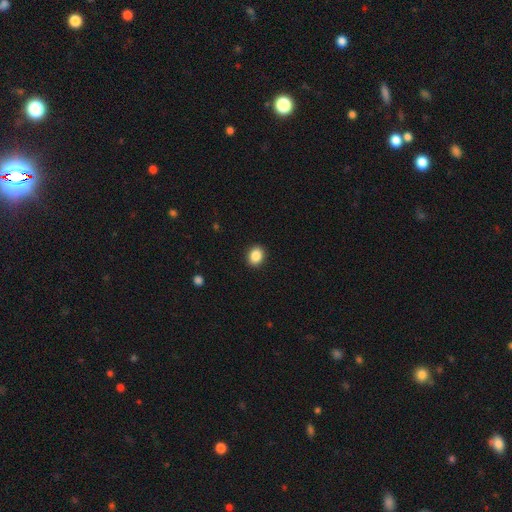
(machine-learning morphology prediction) type=smooth (87%); roundness=round (53%); merging=none (91%).